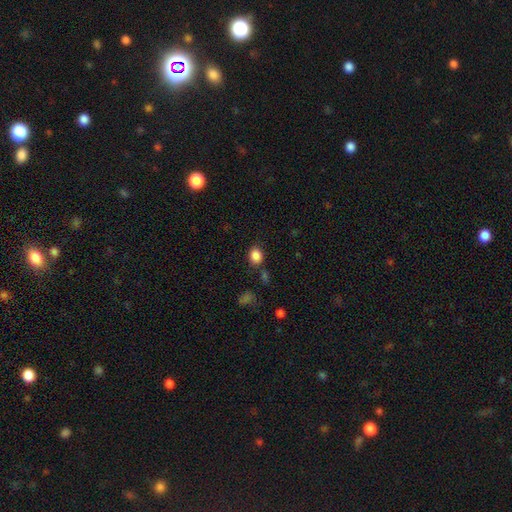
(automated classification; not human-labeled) smooth-or-featured: smooth: 86% | star or artifact: 10% | featured or disk: 4%
  how-rounded: round: 52% | in between: 47% | cigar-shaped: 1%
  merging: none: 79% | minor disturbance: 12% | merger: 5% | major disturbance: 4%